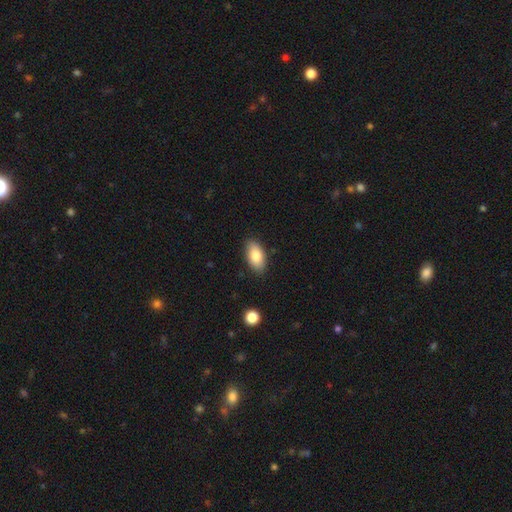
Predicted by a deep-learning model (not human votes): Morphology: type=smooth (83%); roundness=in between (93%); merging=none (85%).